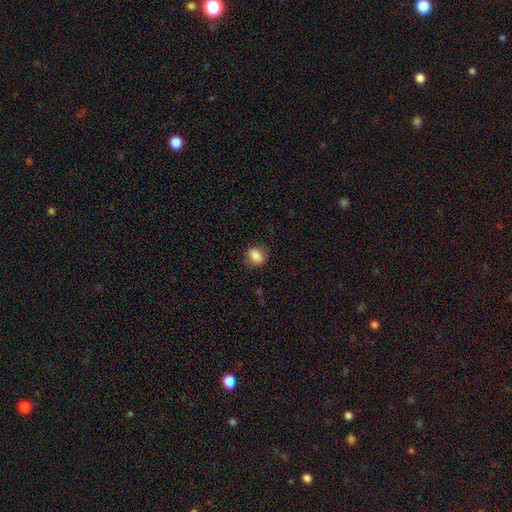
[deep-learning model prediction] Smooth or featured?
  - smooth: 86% *
  - star or artifact: 9%
  - featured or disk: 6%
How rounded?
  - in between: 54% *
  - round: 45%
  - cigar-shaped: 2%
Merging?
  - none: 80% *
  - minor disturbance: 15%
  - major disturbance: 4%
  - merger: 1%